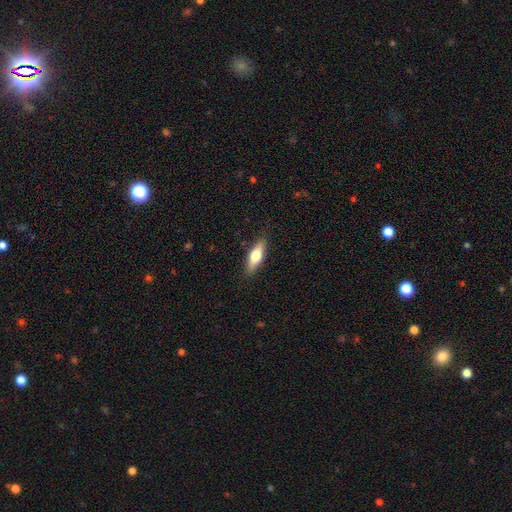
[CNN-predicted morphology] The model was most divided on "how rounded": in between: 54%, cigar-shaped: 43%, round: 3%. More confident: merging — none (87%); smooth or featured — smooth (60%).